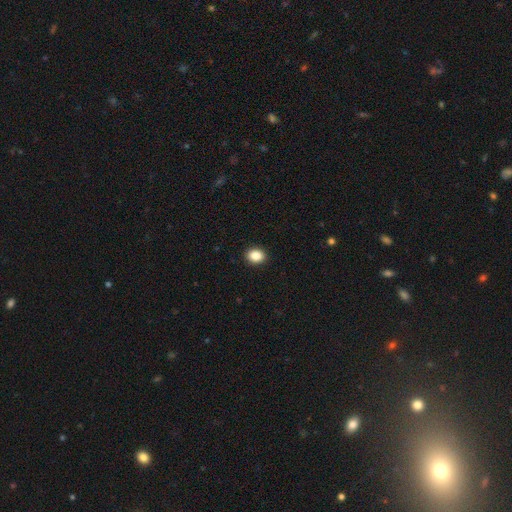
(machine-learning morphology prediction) This appears to be a smooth galaxy with no disk features (87%) that is in between round and cigar-shaped (53%). Merging: none (92%).